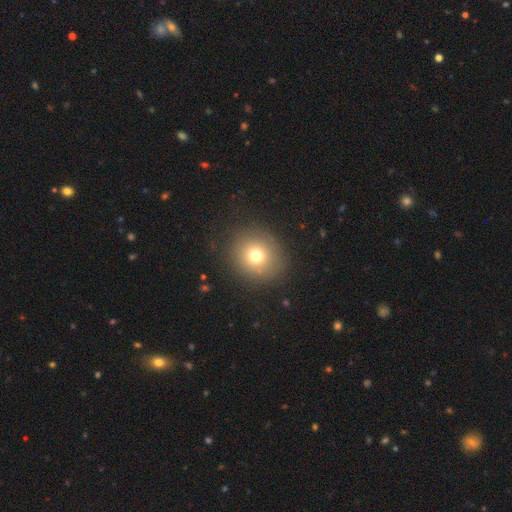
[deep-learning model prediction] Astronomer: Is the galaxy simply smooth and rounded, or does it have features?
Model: smooth — 73%.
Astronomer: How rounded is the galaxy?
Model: round — 87%.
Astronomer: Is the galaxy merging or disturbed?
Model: none — 86%.